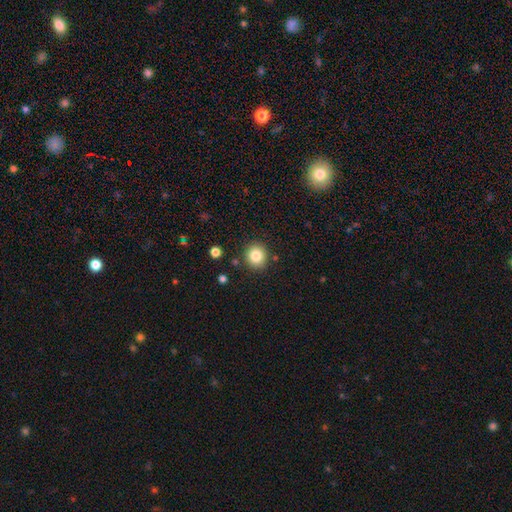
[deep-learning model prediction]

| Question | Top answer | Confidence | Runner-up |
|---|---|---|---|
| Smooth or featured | smooth | 83% | star or artifact (11%) |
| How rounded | round | 88% | in between (11%) |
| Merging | none | 87% | minor disturbance (8%) |